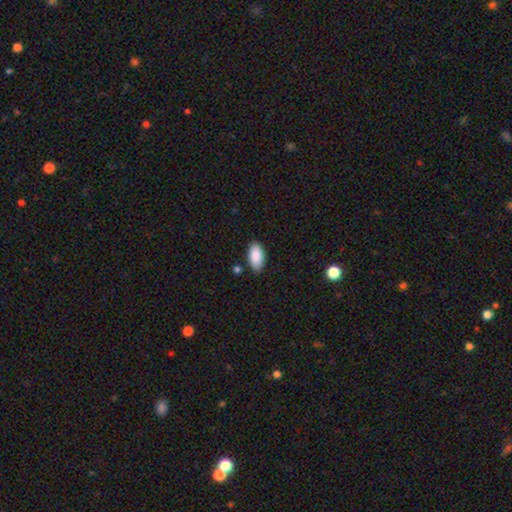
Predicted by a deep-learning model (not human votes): This is clearly a smooth galaxy (89%). How rounded: clearly in between (94%). Merging: clearly none (82%).